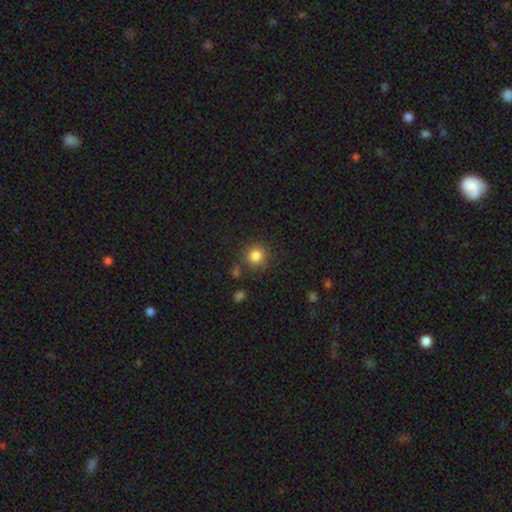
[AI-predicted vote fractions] The model was most divided on "merging": none: 80%, minor disturbance: 11%, merger: 5%, major disturbance: 4%. More confident: how rounded — round (91%); smooth or featured — smooth (84%).